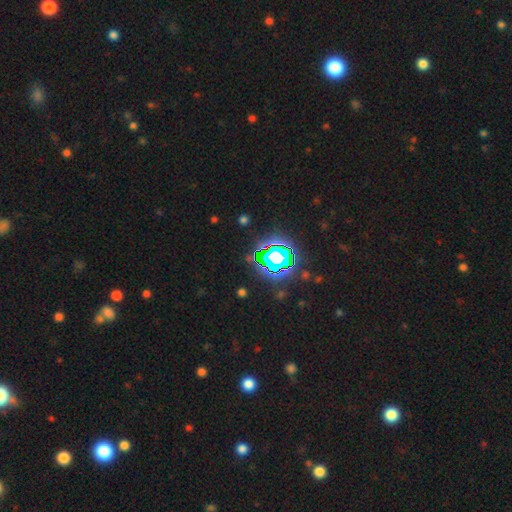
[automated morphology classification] smooth_or_featured: star or artifact (p=0.83) [alt: smooth p=0.10]